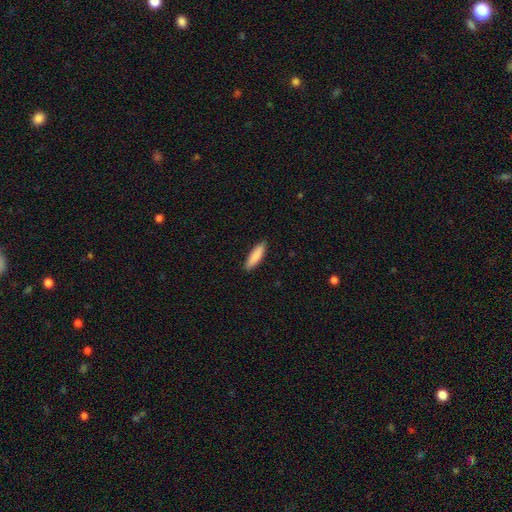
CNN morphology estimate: A smooth galaxy with no disk features (87%) that is cigar-shaped (65%). Merging: none (89%).